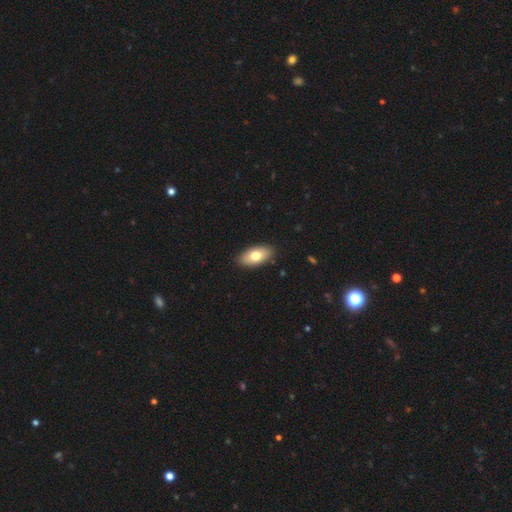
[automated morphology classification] smooth_or_featured: smooth (p=0.75) [alt: featured or disk p=0.19]
how_rounded: in between (p=0.93) [alt: cigar-shaped p=0.04]
merging: none (p=0.89) [alt: minor disturbance p=0.08]